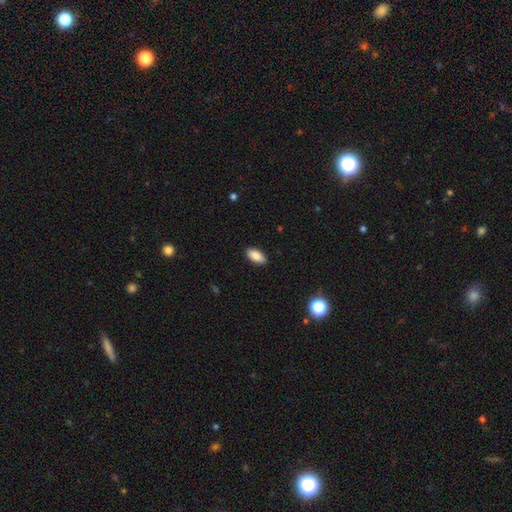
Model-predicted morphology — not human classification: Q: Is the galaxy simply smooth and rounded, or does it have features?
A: smooth — 87%.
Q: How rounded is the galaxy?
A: in between — 92%.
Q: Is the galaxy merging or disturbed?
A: none — 89%.